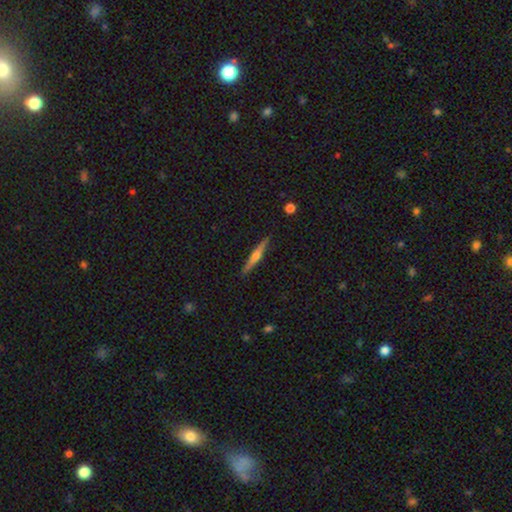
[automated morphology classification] smooth_or_featured: featured or disk (p=0.62) [alt: smooth p=0.32]
disk_edge_on: yes (p=0.98) [alt: no p=0.02]
edge_on_bulge: rounded (p=0.84) [alt: none p=0.10]
merging: none (p=0.90) [alt: minor disturbance p=0.07]